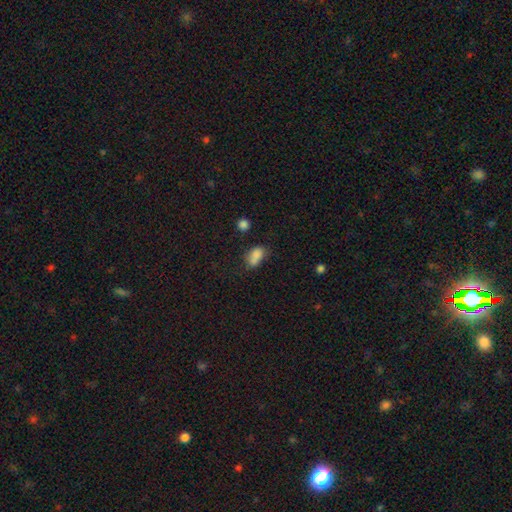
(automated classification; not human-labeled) smooth 79%, star or artifact 11%, featured or disk 9%. Down the decision tree: how rounded — in between (83%); merging — none (42%).